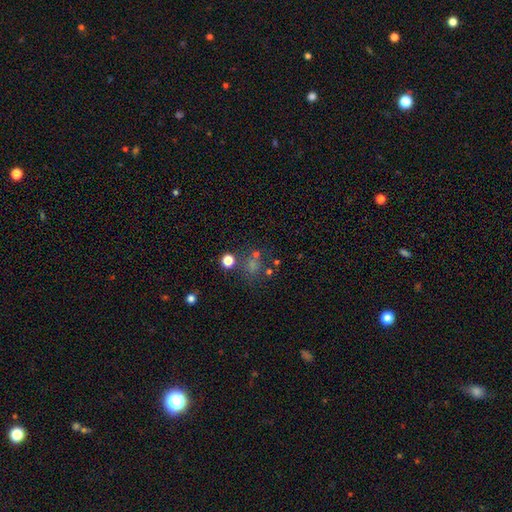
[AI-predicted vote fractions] smooth-or-featured: smooth: 45% | star or artifact: 43% | featured or disk: 13%
  merging: none: 65% | merger: 15% | minor disturbance: 11% | major disturbance: 8%